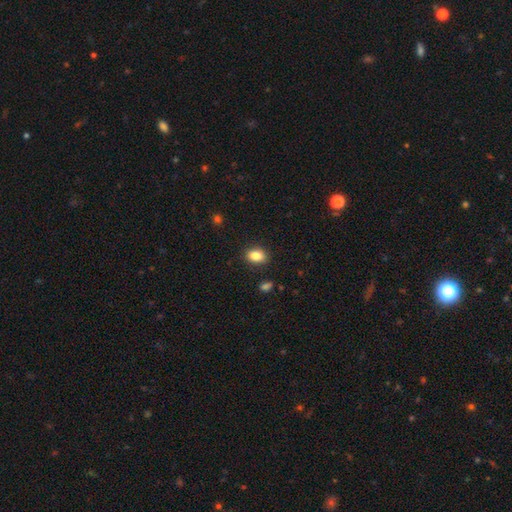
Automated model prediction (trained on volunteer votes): This is clearly a smooth galaxy (85%). How rounded: likely in between (78%). Merging: clearly none (87%).